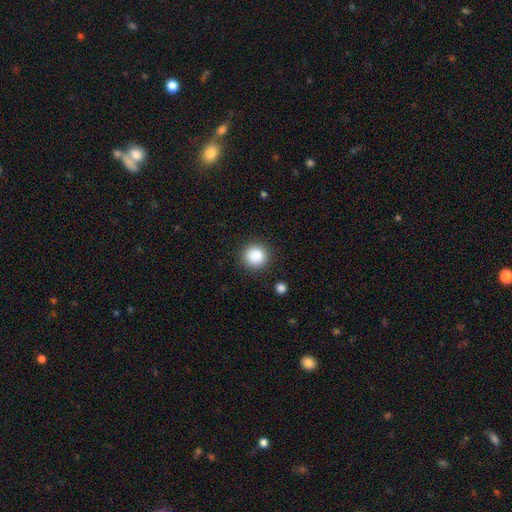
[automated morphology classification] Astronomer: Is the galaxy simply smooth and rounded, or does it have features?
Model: smooth — 87%.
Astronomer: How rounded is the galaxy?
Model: round — 94%.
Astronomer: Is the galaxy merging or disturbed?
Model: none — 89%.